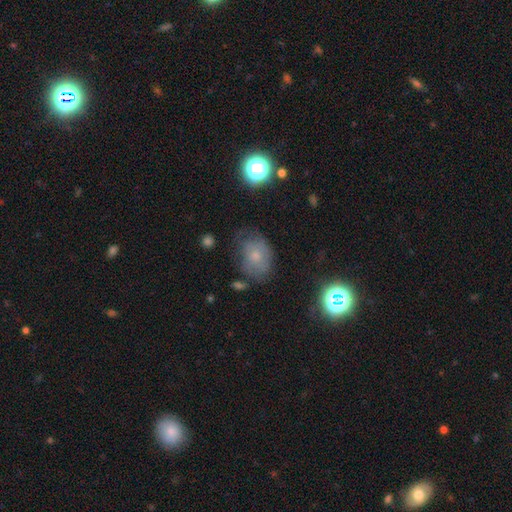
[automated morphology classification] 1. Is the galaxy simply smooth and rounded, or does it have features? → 59% smooth, 25% featured or disk, 16% star or artifact.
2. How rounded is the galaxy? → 62% in between, 37% round, 1% cigar-shaped.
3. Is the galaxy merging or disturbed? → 56% none, 29% minor disturbance, 12% major disturbance, 3% merger.